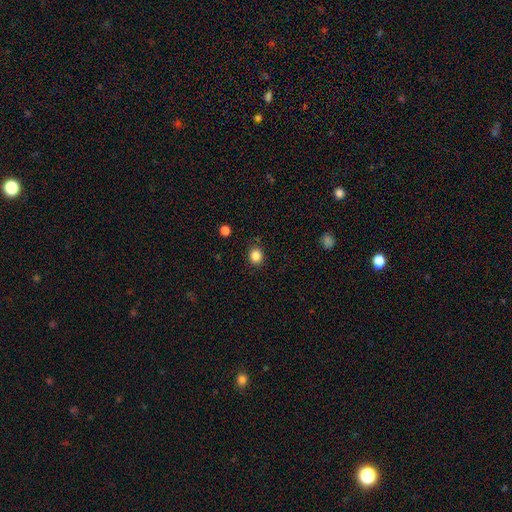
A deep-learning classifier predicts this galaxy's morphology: This appears to be a smooth galaxy with no disk features (85%) that is round (77%). Merging: none (88%).